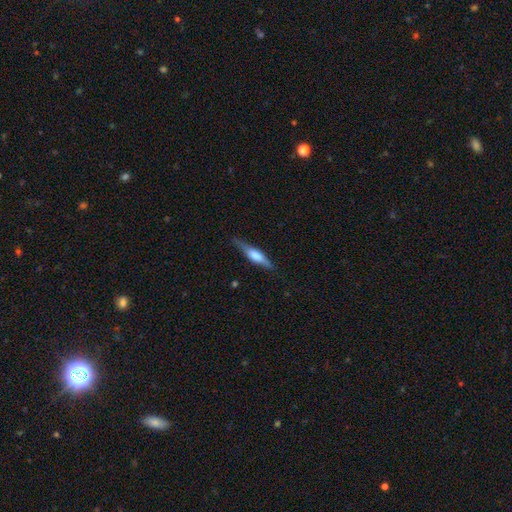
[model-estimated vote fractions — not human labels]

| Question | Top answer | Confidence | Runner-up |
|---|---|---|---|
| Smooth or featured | featured or disk | 54% | smooth (39%) |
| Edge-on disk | yes | 94% | no (6%) |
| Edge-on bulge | rounded | 56% | boxy (37%) |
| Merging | none | 79% | minor disturbance (16%) |